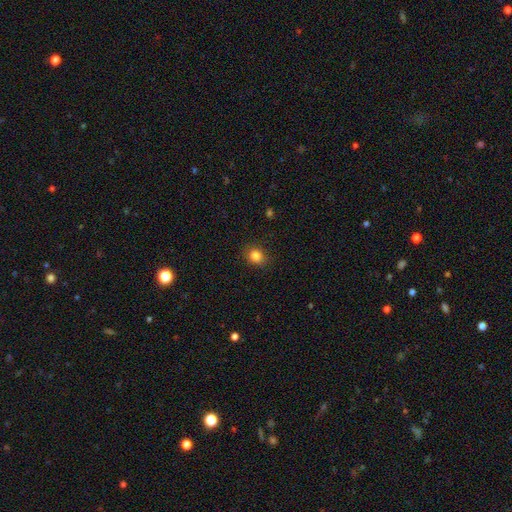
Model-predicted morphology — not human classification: Overall: smooth (84%). How rounded: round (61%; in between 39%). Merging: none (87%).